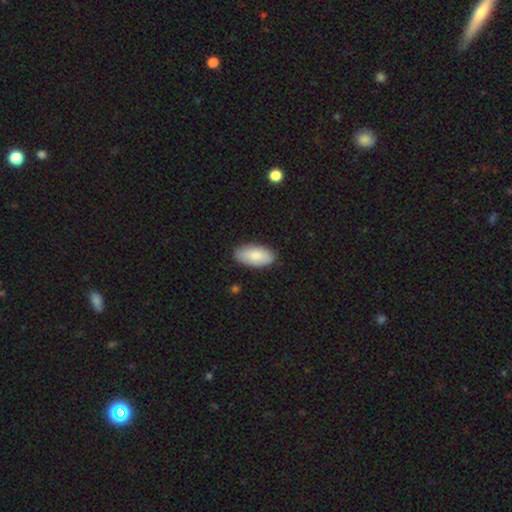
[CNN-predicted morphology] smooth_or_featured: smooth (p=0.81) [alt: featured or disk p=0.13]
how_rounded: in between (p=0.94) [alt: cigar-shaped p=0.04]
merging: none (p=0.86) [alt: minor disturbance p=0.11]